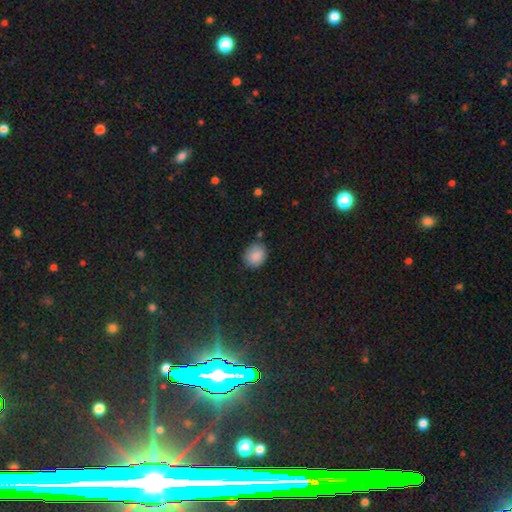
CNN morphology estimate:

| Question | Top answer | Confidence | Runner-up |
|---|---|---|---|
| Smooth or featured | smooth | 87% | star or artifact (8%) |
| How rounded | round | 57% | in between (42%) |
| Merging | none | 77% | minor disturbance (17%) |